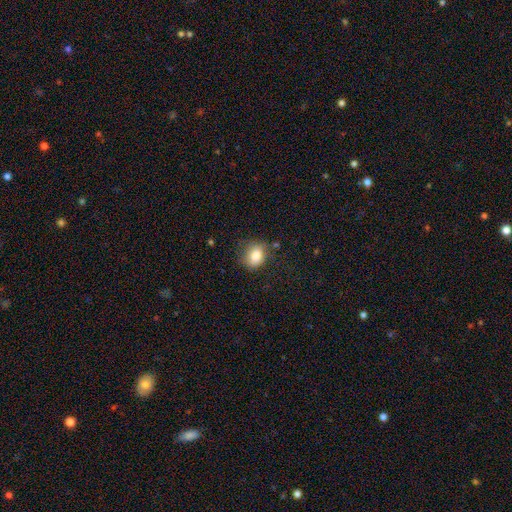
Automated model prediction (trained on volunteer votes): Overall: smooth (83%). How rounded: in between (54%; round 45%). Merging: none (74%).